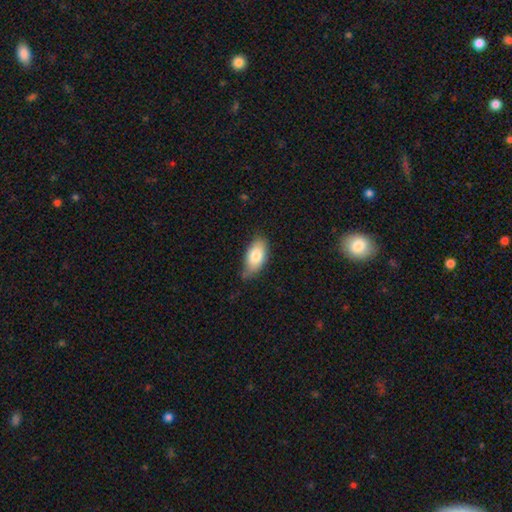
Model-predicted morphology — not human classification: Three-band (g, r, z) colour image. It shows a smooth galaxy with no disk features (81%) that is in between round and cigar-shaped (93%). Merging: none (72%).